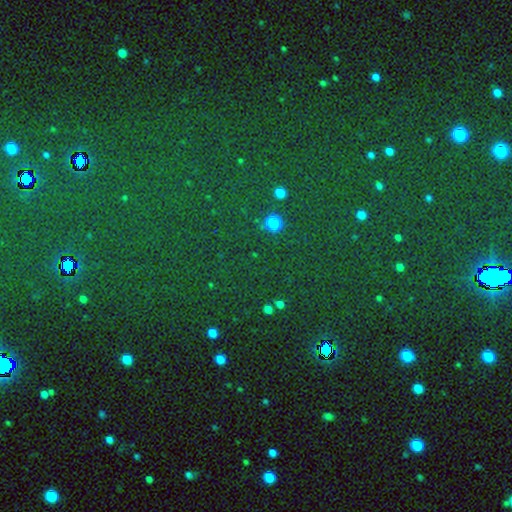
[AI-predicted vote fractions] Q: Smooth or featured?
A: star or artifact (80%); runner-up: smooth (13%)